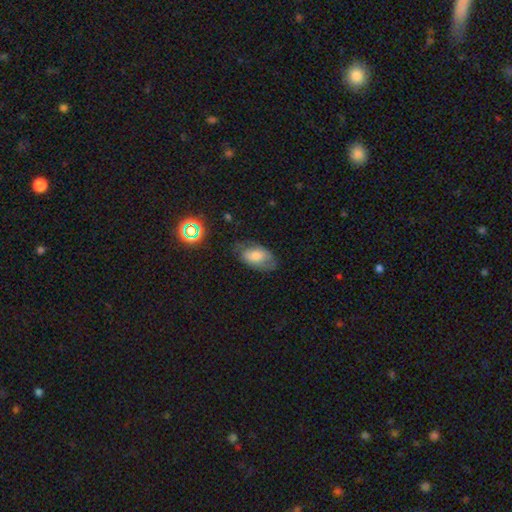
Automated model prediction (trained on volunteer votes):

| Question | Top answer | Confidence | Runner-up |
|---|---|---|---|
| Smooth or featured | smooth | 59% | featured or disk (31%) |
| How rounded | in between | 91% | round (7%) |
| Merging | none | 63% | minor disturbance (25%) |